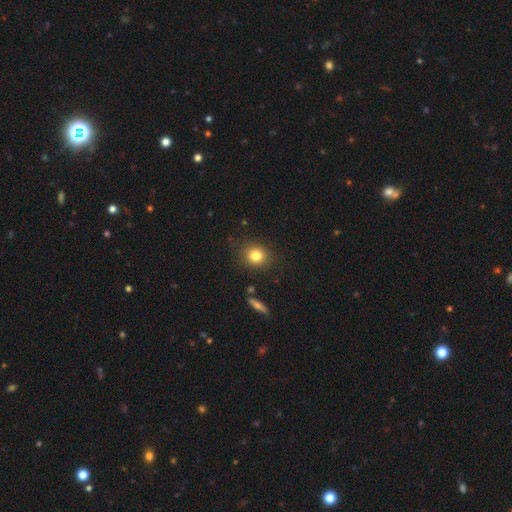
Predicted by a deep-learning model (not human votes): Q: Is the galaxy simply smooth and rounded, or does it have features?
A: smooth — 82%.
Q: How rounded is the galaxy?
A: round — 79%.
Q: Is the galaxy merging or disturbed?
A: none — 85%.